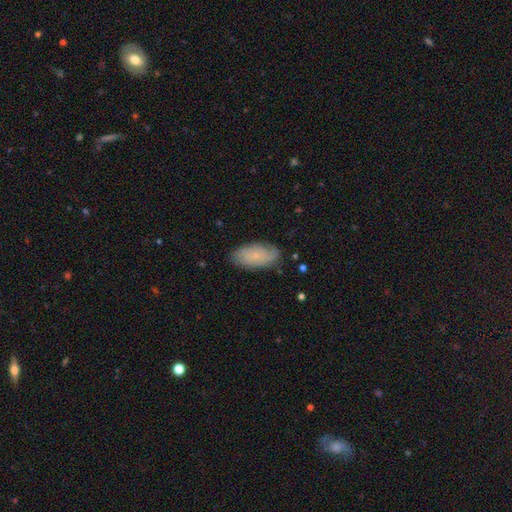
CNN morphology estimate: Q: Smooth or featured?
A: smooth (55%); runner-up: featured or disk (38%)
Q: How rounded?
A: in between (91%); runner-up: cigar-shaped (7%)
Q: Merging?
A: none (78%); runner-up: minor disturbance (17%)